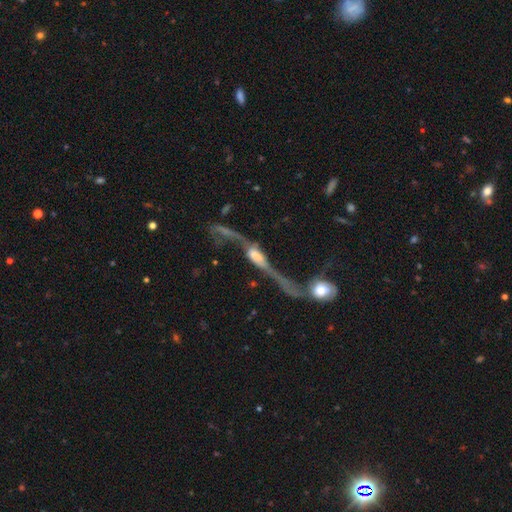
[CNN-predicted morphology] The model was most divided on "edge-on disk": no: 54%, yes: 46%. Remaining: smooth or featured — featured or disk (76%); merging — merger (47%).